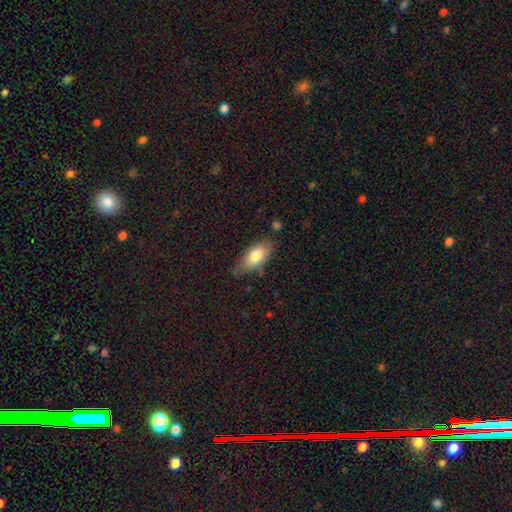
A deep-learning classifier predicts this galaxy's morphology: Smooth or featured: smooth — 77% (featured or disk — 17%)
How rounded: in between — 85% (cigar-shaped — 12%)
Merging: none — 66% (minor disturbance — 26%)